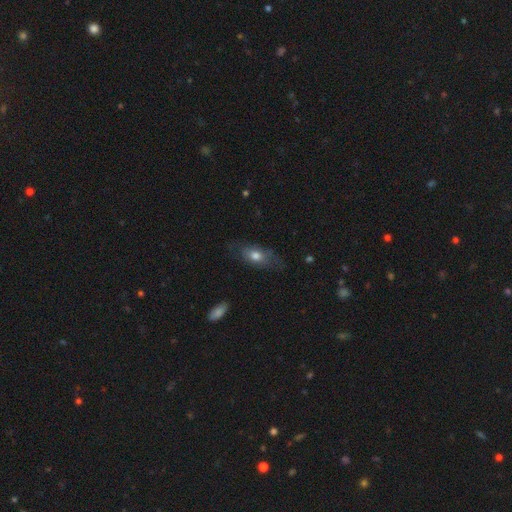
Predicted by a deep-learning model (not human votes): Q: Smooth or featured?
A: smooth (65%); runner-up: featured or disk (27%)
Q: How rounded?
A: in between (80%); runner-up: cigar-shaped (10%)
Q: Merging?
A: none (62%); runner-up: minor disturbance (25%)